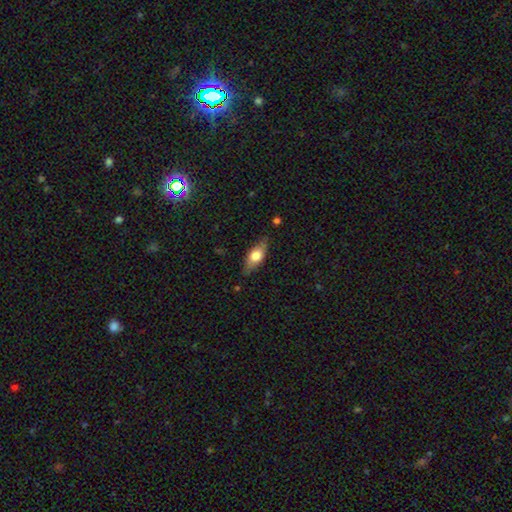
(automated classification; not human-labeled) The model was most divided on "smooth or featured": smooth: 65%, featured or disk: 28%, star or artifact: 7%. More confident: merging — none (79%); how rounded — in between (77%).